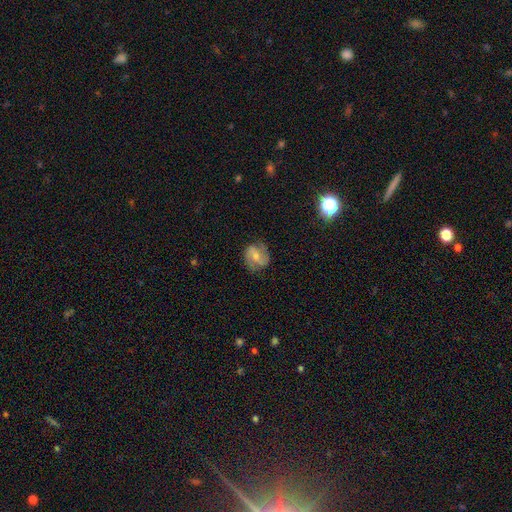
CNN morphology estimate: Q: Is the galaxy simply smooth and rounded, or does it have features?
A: featured or disk — 62%.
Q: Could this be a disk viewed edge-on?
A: no — 97%.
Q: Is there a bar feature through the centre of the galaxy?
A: weak — 44%.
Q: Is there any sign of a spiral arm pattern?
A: yes — 89%.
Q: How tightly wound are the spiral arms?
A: medium — 48%.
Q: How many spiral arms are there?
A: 2 — 84%.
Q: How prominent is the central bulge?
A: small — 46%.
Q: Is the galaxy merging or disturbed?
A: none — 73%.